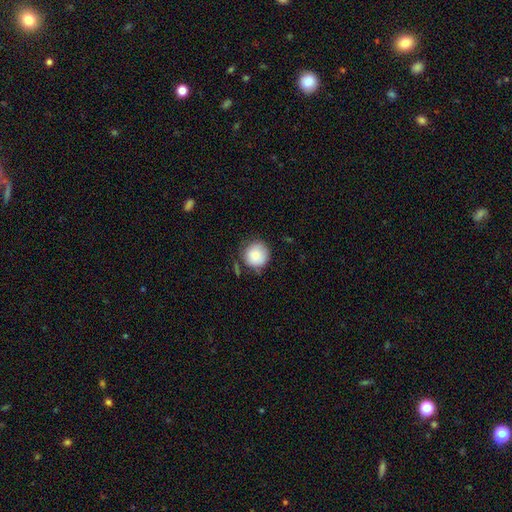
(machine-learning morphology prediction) Overall: smooth (86%). How rounded: round (93%). Merging: none (70%).